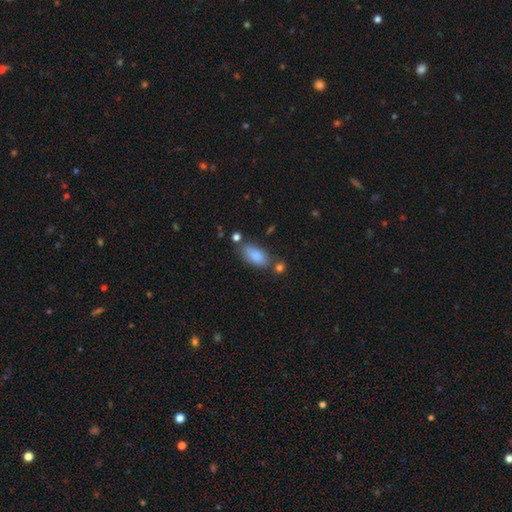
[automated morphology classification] smooth_or_featured: smooth (p=0.84) [alt: featured or disk p=0.09]
how_rounded: in between (p=0.89) [alt: cigar-shaped p=0.08]
merging: none (p=0.65) [alt: minor disturbance p=0.18]